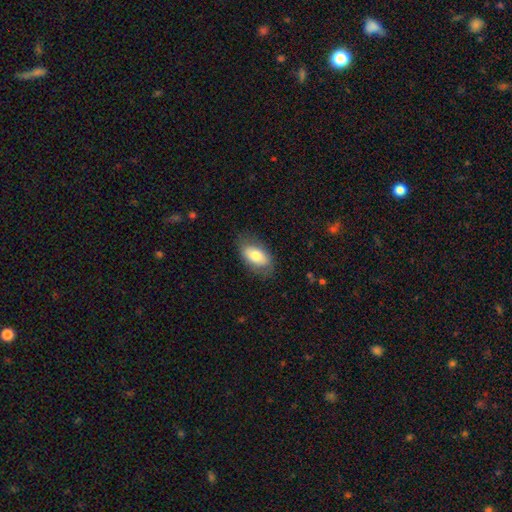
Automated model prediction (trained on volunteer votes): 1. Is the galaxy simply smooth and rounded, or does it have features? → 75% smooth, 19% featured or disk, 6% star or artifact.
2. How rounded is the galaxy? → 92% in between, 5% round, 3% cigar-shaped.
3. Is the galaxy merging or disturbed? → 75% none, 18% minor disturbance, 6% major disturbance, 1% merger.